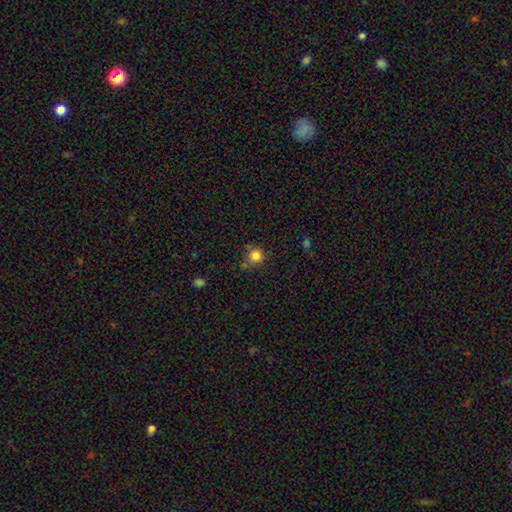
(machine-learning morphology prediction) Q: Smooth or featured?
A: smooth (82%); runner-up: star or artifact (13%)
Q: How rounded?
A: round (92%); runner-up: in between (7%)
Q: Merging?
A: none (71%); runner-up: minor disturbance (16%)